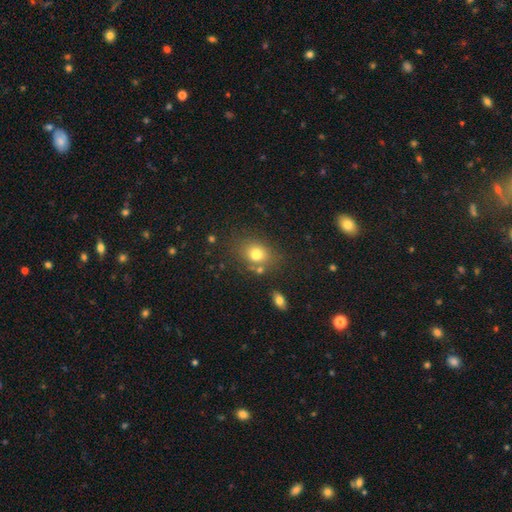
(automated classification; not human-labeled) This is likely a smooth galaxy (77%). How rounded: possibly in between (54%). Merging: likely none (68%).